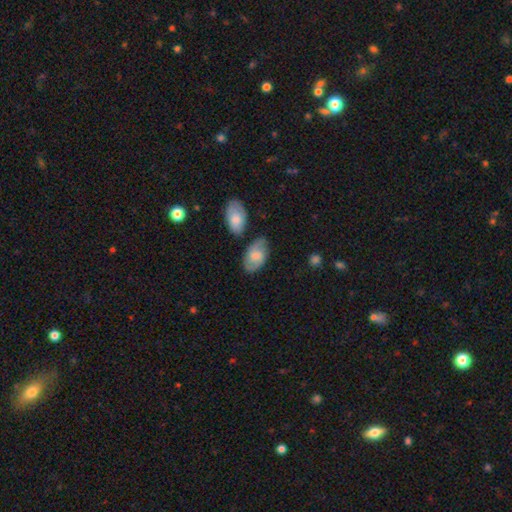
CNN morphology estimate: Smooth or featured?
  - smooth: 61% *
  - featured or disk: 33%
  - star or artifact: 7%
How rounded?
  - in between: 92% *
  - round: 6%
  - cigar-shaped: 2%
Merging?
  - none: 64% *
  - minor disturbance: 22%
  - merger: 8%
  - major disturbance: 6%